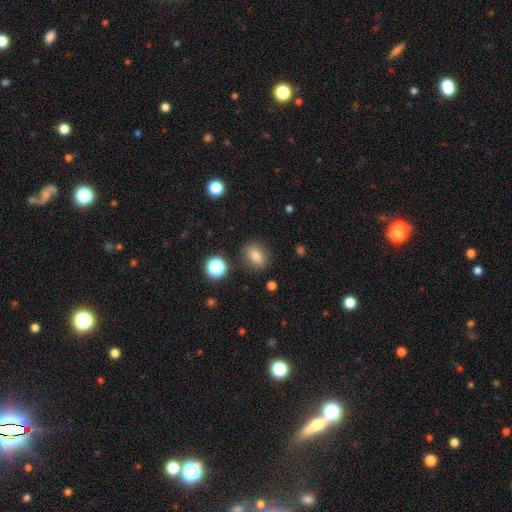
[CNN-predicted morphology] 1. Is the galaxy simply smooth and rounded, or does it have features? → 78% smooth, 13% star or artifact, 9% featured or disk.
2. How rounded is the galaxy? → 65% in between, 33% round, 2% cigar-shaped.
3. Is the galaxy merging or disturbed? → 84% none, 10% minor disturbance, 3% major disturbance, 2% merger.